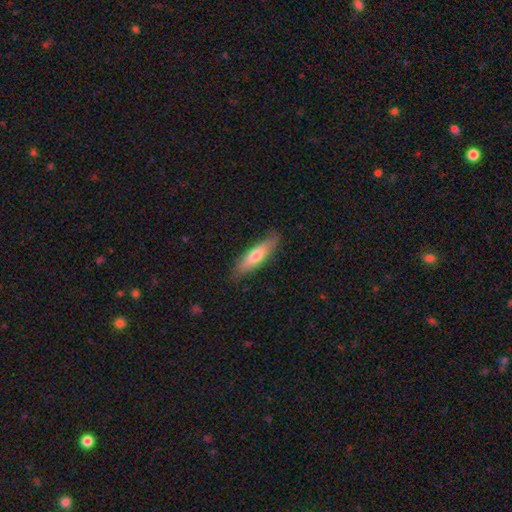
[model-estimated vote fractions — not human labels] A smooth galaxy with no disk features (65%) that is cigar-shaped (64%). Merging: none (82%).